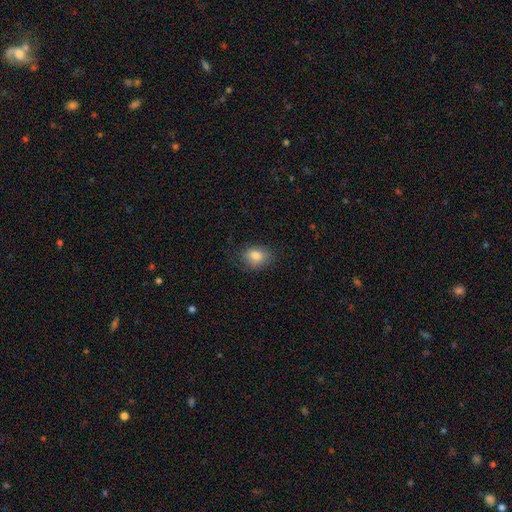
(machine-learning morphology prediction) This appears to be a smooth galaxy with no disk features (81%) that is in between round and cigar-shaped (65%). Merging: none (76%).